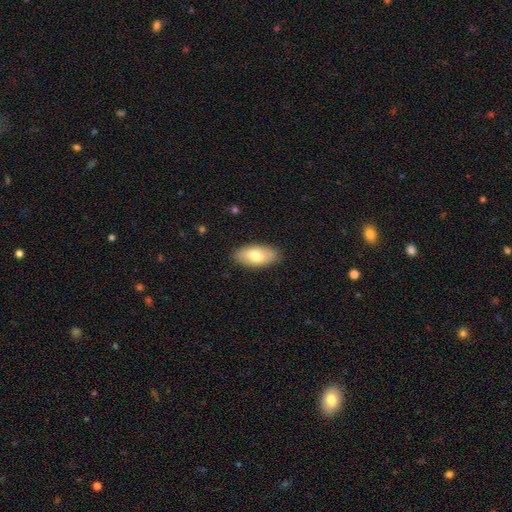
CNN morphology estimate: A smooth galaxy with no disk features (74%) that is in between round and cigar-shaped (92%). Merging: none (87%).